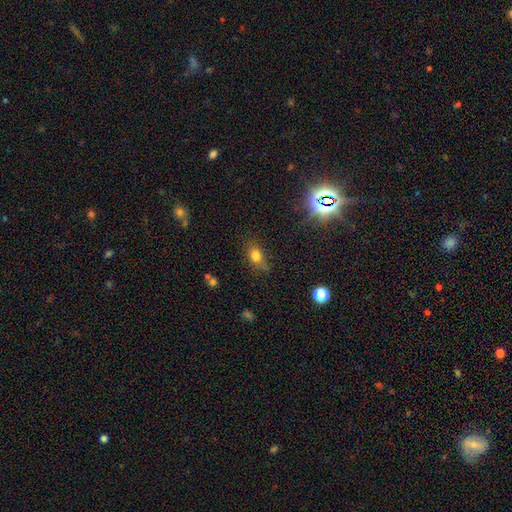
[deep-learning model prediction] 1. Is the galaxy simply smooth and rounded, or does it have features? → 75% smooth, 15% star or artifact, 10% featured or disk.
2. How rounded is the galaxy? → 65% in between, 30% round, 5% cigar-shaped.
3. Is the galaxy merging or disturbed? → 65% none, 24% minor disturbance, 7% major disturbance, 3% merger.